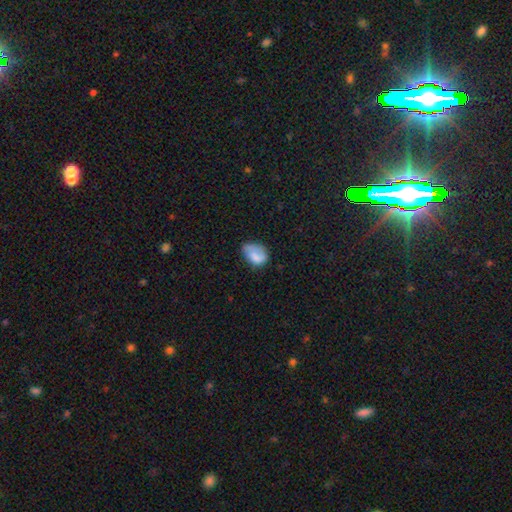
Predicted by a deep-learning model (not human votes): Morphology: type=smooth (75%); roundness=in between (80%); merging=none (43%).